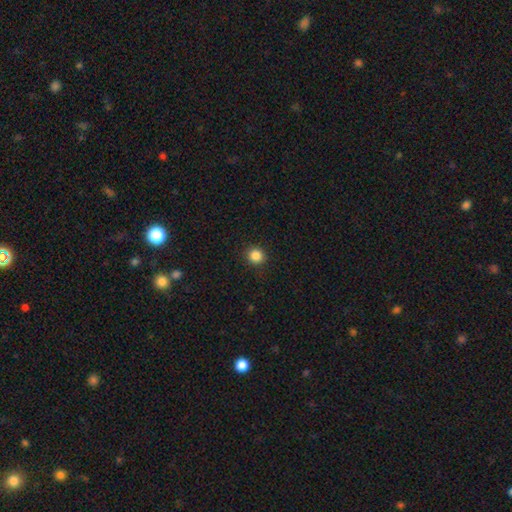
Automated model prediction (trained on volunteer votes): Smooth or featured? Predicted: smooth (p=0.86). How rounded? Predicted: round (p=0.91). Merging? Predicted: none (p=0.91).